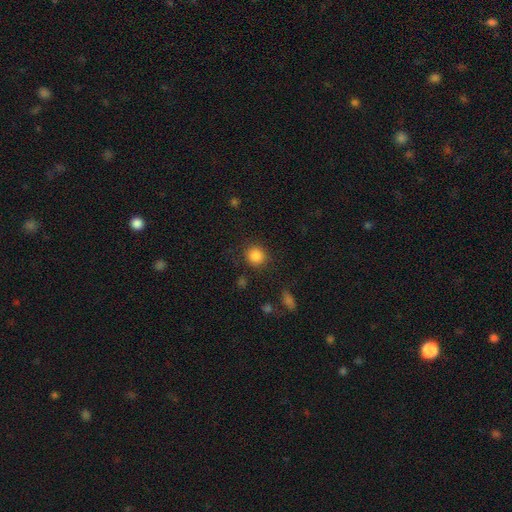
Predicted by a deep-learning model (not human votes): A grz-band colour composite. It shows a smooth galaxy with no disk features (86%) that is round (88%). Merging: none (85%).